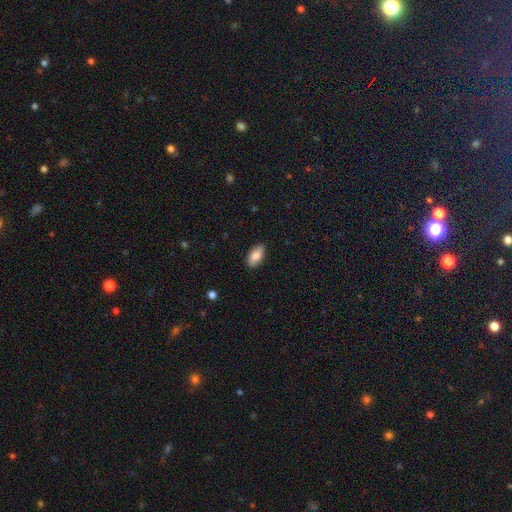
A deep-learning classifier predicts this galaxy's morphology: smooth_or_featured: smooth (p=0.81) [alt: featured or disk p=0.12]
how_rounded: in between (p=0.93) [alt: round p=0.03]
merging: none (p=0.88) [alt: minor disturbance p=0.09]